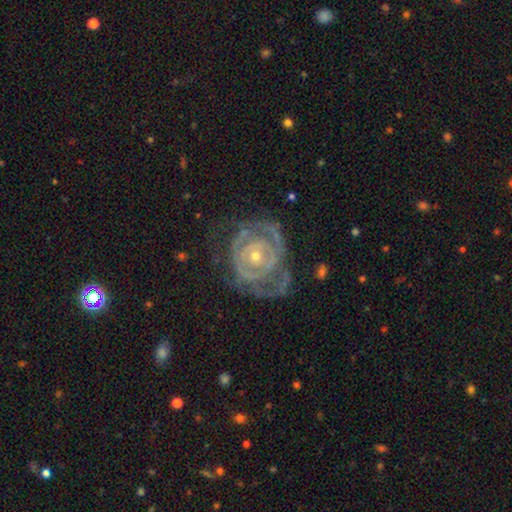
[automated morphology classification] A featured or disk galaxy (84%) with no bar (77%), tight (70%) spiral arms (75%) and a small central bulge (57%). Merging: none (51%).